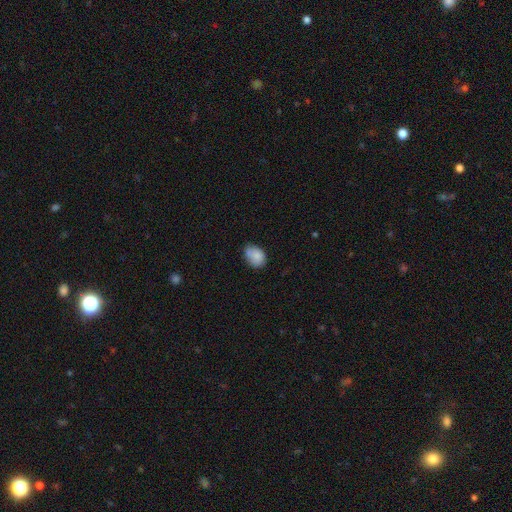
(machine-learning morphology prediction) Smooth or featured: smooth — 81% (featured or disk — 11%)
How rounded: in between — 72% (round — 27%)
Merging: none — 51% (minor disturbance — 31%)